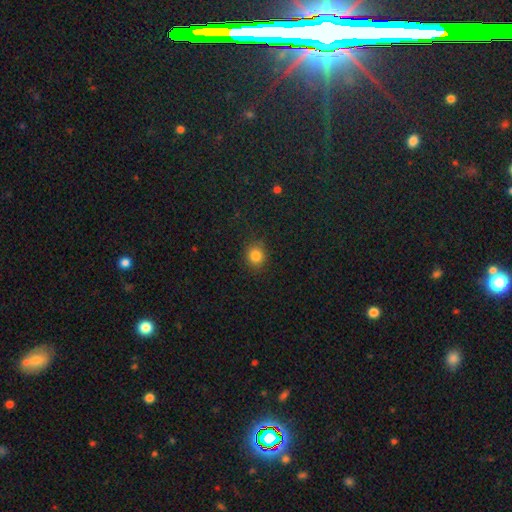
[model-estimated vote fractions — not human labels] Smooth or featured: smooth — 83% (star or artifact — 12%)
How rounded: round — 83% (in between — 16%)
Merging: none — 87% (minor disturbance — 9%)